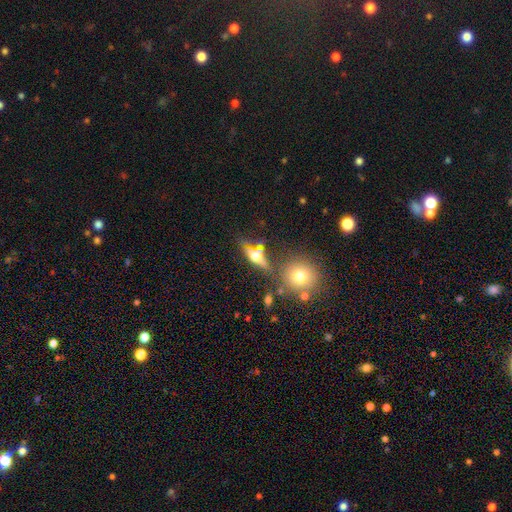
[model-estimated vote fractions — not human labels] Q: Smooth or featured?
A: featured or disk (55%); runner-up: smooth (32%)
Q: Edge-on disk?
A: yes (82%); runner-up: no (18%)
Q: Merging?
A: none (60%); runner-up: merger (16%)